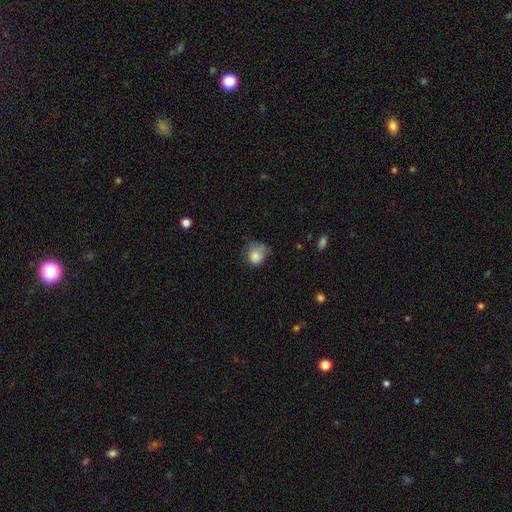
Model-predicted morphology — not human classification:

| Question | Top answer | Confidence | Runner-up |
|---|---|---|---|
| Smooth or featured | smooth | 80% | featured or disk (10%) |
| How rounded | round | 68% | in between (31%) |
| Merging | none | 39% | minor disturbance (38%) |